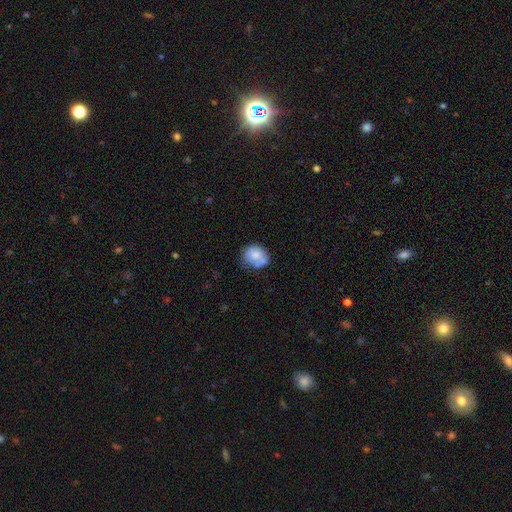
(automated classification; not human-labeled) Smooth or featured?
  - smooth: 70% *
  - featured or disk: 22%
  - star or artifact: 8%
How rounded?
  - round: 62% *
  - in between: 37%
  - cigar-shaped: 1%
Merging?
  - none: 42% *
  - merger: 26%
  - minor disturbance: 23%
  - major disturbance: 9%